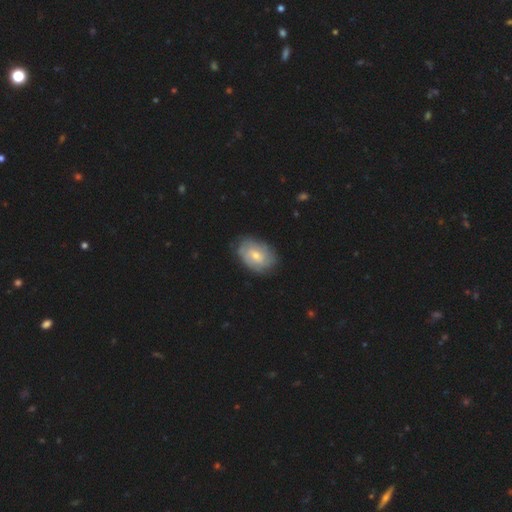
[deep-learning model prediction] Smooth or featured? Predicted: featured or disk (p=0.53). Edge-on disk? Predicted: no (p=0.96). Bar? Predicted: no (p=0.61). Spiral arms? Predicted: yes (p=0.77). Bulge size? Predicted: small (p=0.49). Merging? Predicted: none (p=0.76).